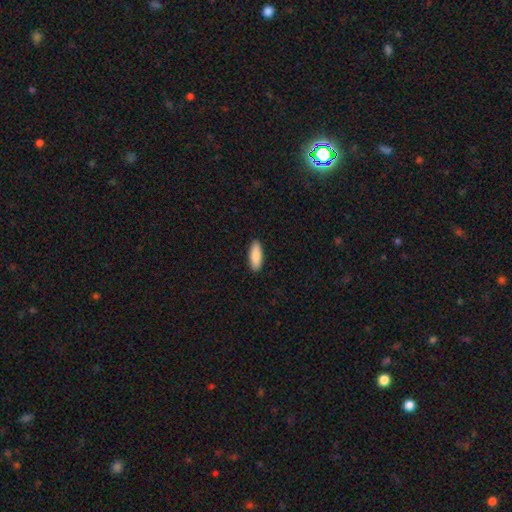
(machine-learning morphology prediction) The model was most divided on "how rounded": in between: 64%, cigar-shaped: 34%, round: 2%. More confident: merging — none (91%); smooth or featured — smooth (88%).